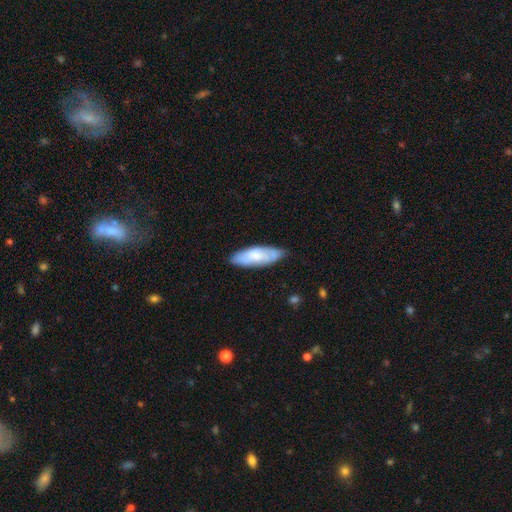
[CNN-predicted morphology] smooth_or_featured: smooth (p=0.62) [alt: featured or disk p=0.32]
how_rounded: in between (p=0.66) [alt: cigar-shaped p=0.32]
merging: none (p=0.72) [alt: minor disturbance p=0.23]